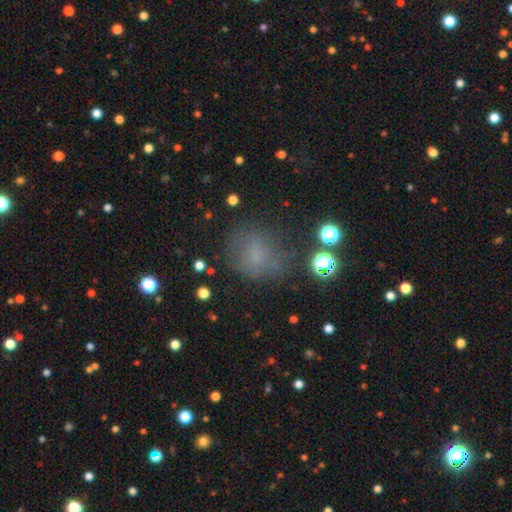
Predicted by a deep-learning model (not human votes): Q: Smooth or featured?
A: smooth (61%); runner-up: star or artifact (24%)
Q: How rounded?
A: round (69%); runner-up: in between (29%)
Q: Merging?
A: none (63%); runner-up: minor disturbance (20%)